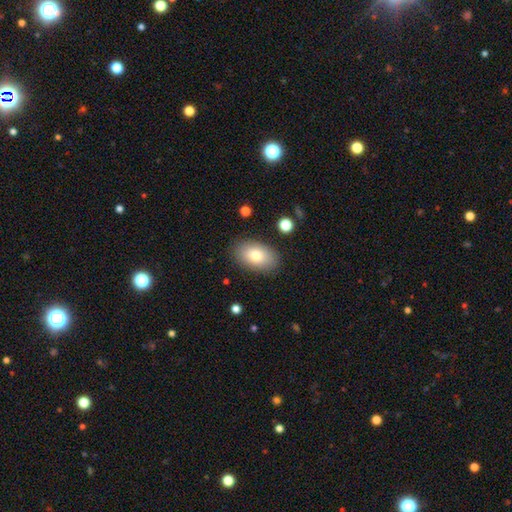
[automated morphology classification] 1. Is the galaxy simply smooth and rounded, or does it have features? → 78% smooth, 14% featured or disk, 8% star or artifact.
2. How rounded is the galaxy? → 90% in between, 9% round, 1% cigar-shaped.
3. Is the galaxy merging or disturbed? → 85% none, 10% minor disturbance, 3% major disturbance, 1% merger.